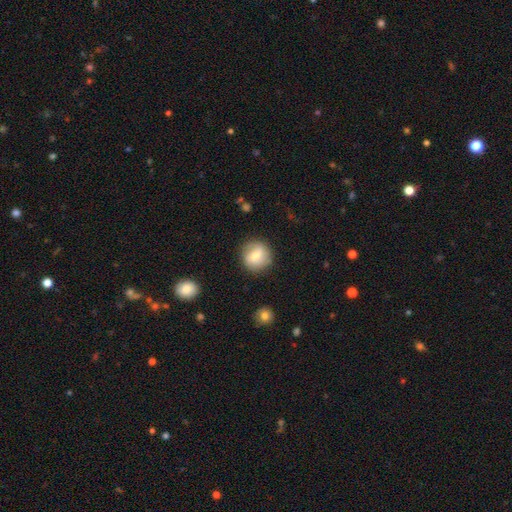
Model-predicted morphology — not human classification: Q: Smooth or featured?
A: smooth (69%); runner-up: featured or disk (23%)
Q: How rounded?
A: round (91%); runner-up: in between (8%)
Q: Merging?
A: none (83%); runner-up: minor disturbance (12%)